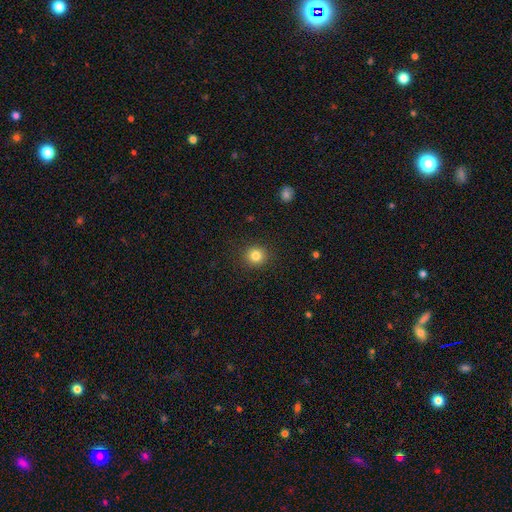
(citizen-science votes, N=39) This appears to be a smooth galaxy with no disk features (90%) that is round (100%). Merging: none (94%).